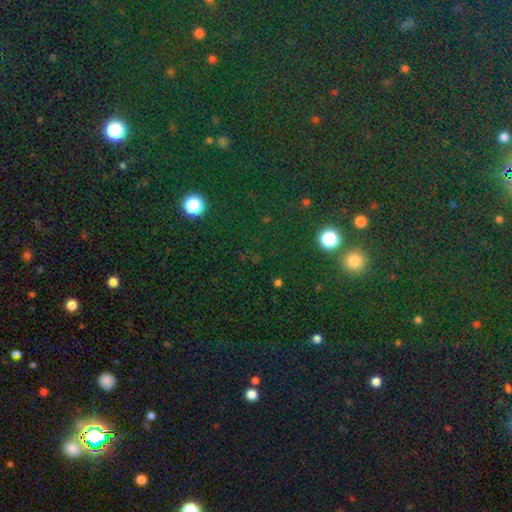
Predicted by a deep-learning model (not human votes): Smooth or featured? Predicted: star or artifact (p=0.75).